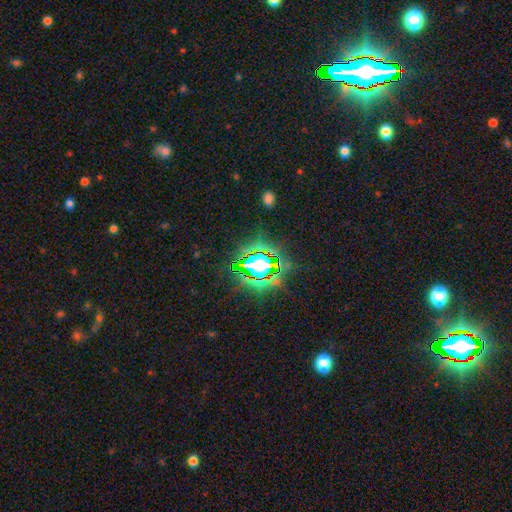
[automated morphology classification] This is likely a star or artifact rather than a galaxy (76%).